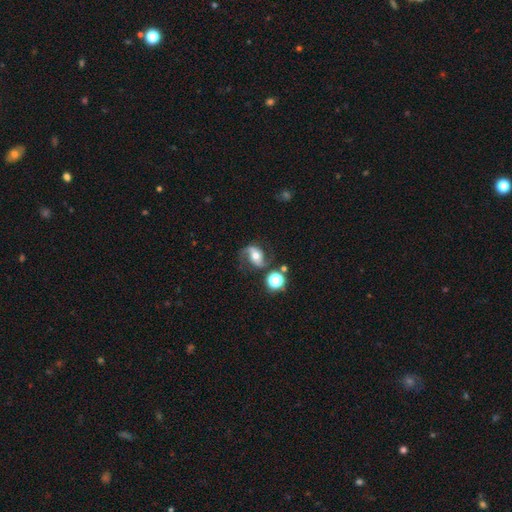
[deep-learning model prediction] This appears to be a featured or disk galaxy (75%) with no bar (47%), 2 (89%) loose (53%) spiral arms (93%) and a moderate central bulge (70%). Merging: none (66%).